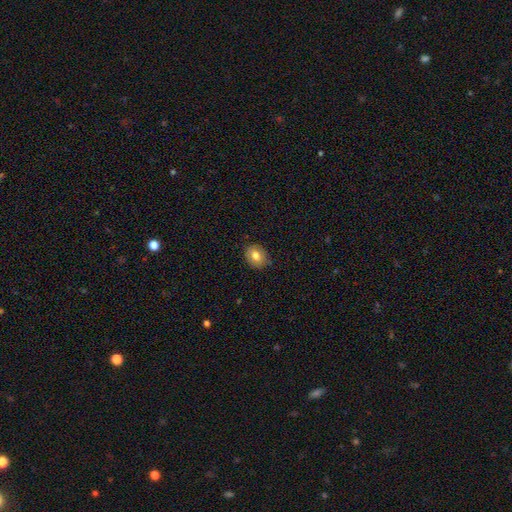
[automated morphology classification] smooth-or-featured: smooth: 78% | featured or disk: 13% | star or artifact: 9%
  how-rounded: round: 55% | in between: 44% | cigar-shaped: 1%
  merging: none: 82% | minor disturbance: 14% | major disturbance: 2% | merger: 1%